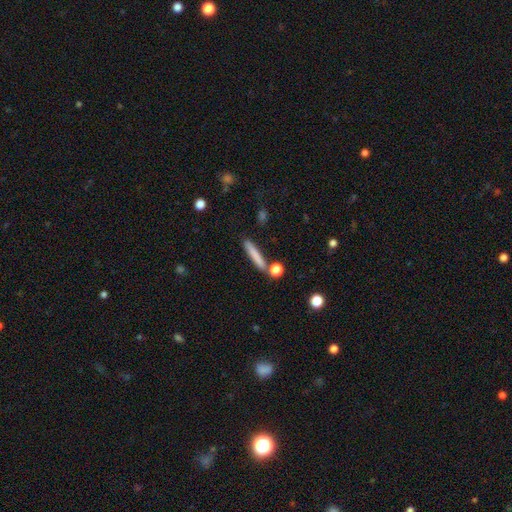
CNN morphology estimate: The model was most divided on "smooth or featured": smooth: 77%, featured or disk: 16%, star or artifact: 7%. More confident: how rounded — cigar-shaped (90%); merging — none (79%).